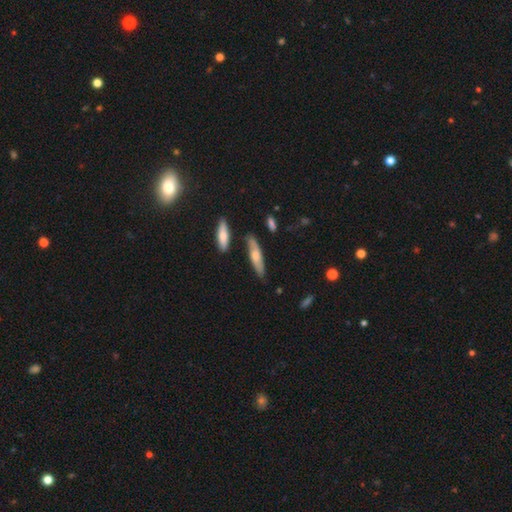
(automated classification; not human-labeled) Smooth or featured?
  - smooth: 61% *
  - featured or disk: 33%
  - star or artifact: 6%
How rounded?
  - cigar-shaped: 69% *
  - in between: 29%
  - round: 2%
Merging?
  - none: 78% *
  - minor disturbance: 14%
  - merger: 5%
  - major disturbance: 3%